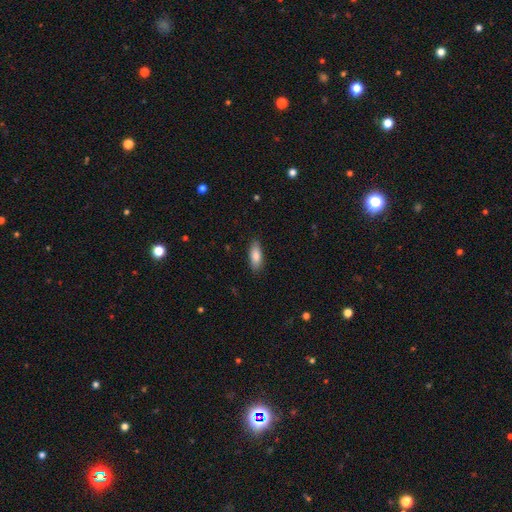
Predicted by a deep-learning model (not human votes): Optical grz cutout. It shows a smooth galaxy with no disk features (82%) that is in between round and cigar-shaped (73%). Merging: none (86%).